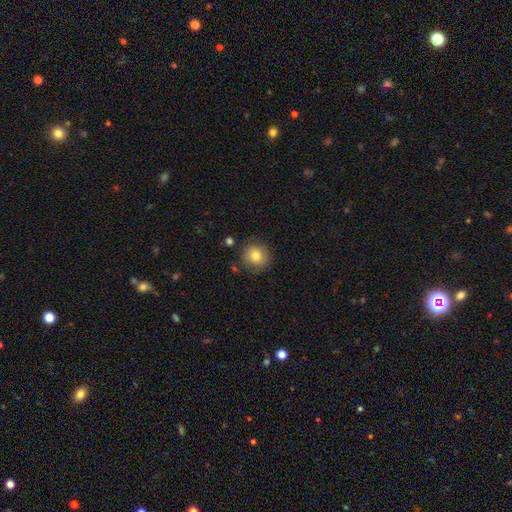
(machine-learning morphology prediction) smooth-or-featured: smooth: 81% | star or artifact: 10% | featured or disk: 10%
  how-rounded: round: 88% | in between: 11% | cigar-shaped: 1%
  merging: none: 83% | minor disturbance: 11% | major disturbance: 3% | merger: 3%